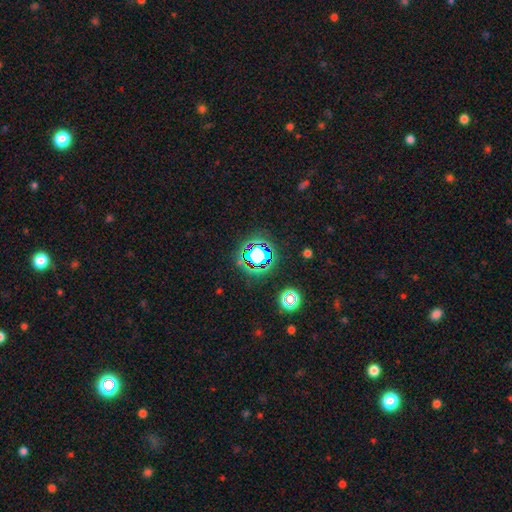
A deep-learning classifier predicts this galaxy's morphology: Q: Smooth or featured?
A: star or artifact (59%); runner-up: smooth (27%)